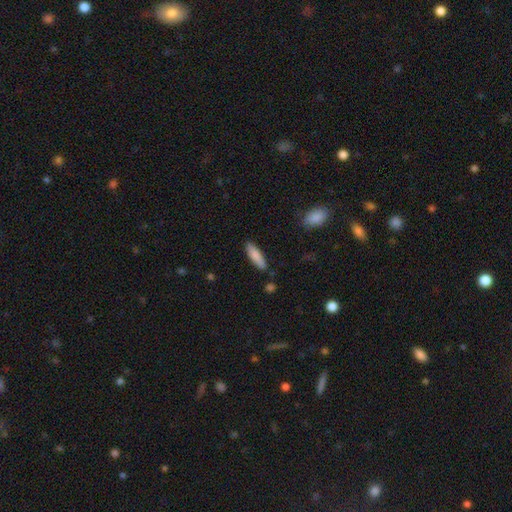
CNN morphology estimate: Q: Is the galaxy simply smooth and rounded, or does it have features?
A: smooth — 85%.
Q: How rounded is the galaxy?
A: cigar-shaped — 64%.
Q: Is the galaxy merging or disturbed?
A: none — 86%.